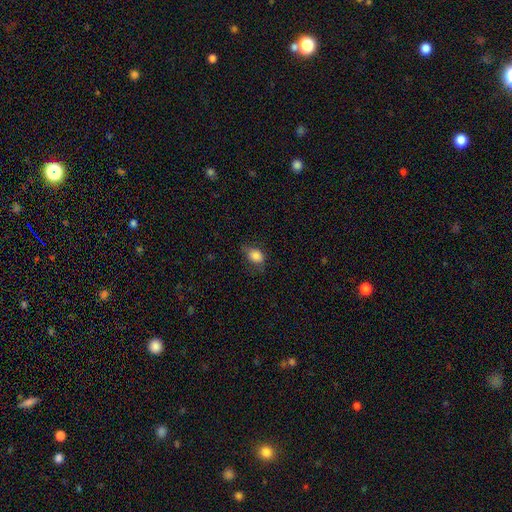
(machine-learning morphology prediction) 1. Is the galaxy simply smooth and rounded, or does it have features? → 85% smooth, 9% star or artifact, 6% featured or disk.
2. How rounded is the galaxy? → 65% in between, 33% round, 1% cigar-shaped.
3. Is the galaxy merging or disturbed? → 61% none, 29% minor disturbance, 9% major disturbance, 1% merger.